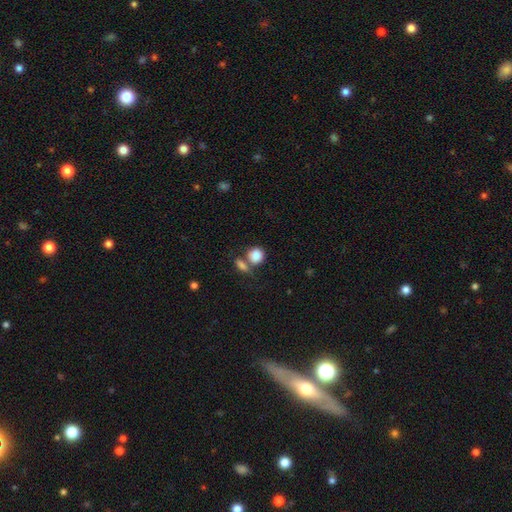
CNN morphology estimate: Q: Smooth or featured?
A: smooth (86%); runner-up: star or artifact (8%)
Q: How rounded?
A: round (73%); runner-up: in between (25%)
Q: Merging?
A: none (46%); runner-up: merger (37%)